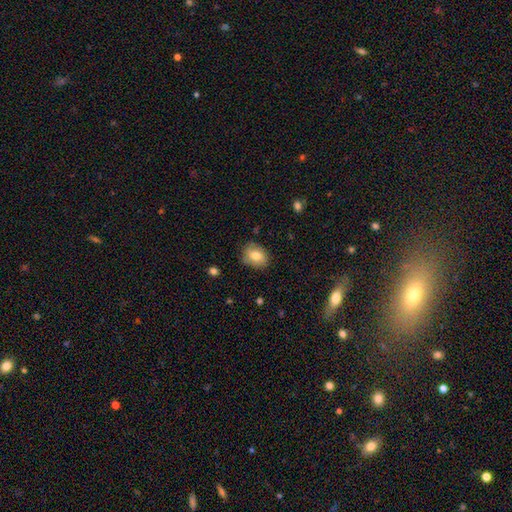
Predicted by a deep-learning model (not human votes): smooth_or_featured: smooth (p=0.79) [alt: featured or disk p=0.13]
how_rounded: in between (p=0.56) [alt: round p=0.43]
merging: none (p=0.79) [alt: minor disturbance p=0.16]